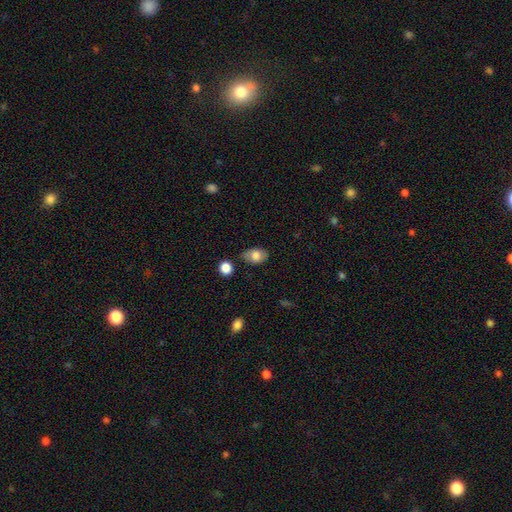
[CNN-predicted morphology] Smooth or featured?
  - smooth: 77% *
  - featured or disk: 16%
  - star or artifact: 8%
How rounded?
  - in between: 86% *
  - round: 12%
  - cigar-shaped: 1%
Merging?
  - none: 73% *
  - minor disturbance: 19%
  - major disturbance: 4%
  - merger: 3%